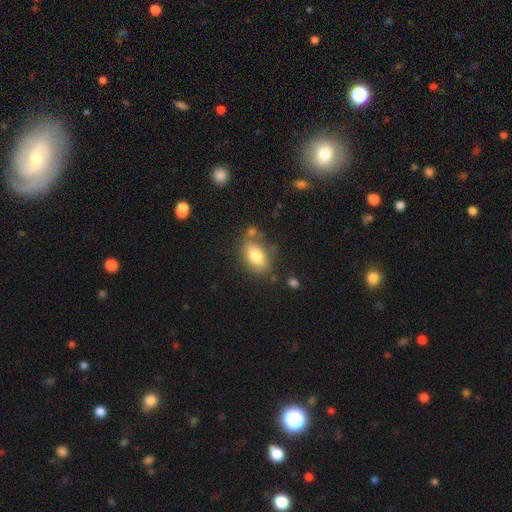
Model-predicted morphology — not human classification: Smooth or featured?
  - smooth: 80% *
  - featured or disk: 13%
  - star or artifact: 8%
How rounded?
  - in between: 87% *
  - round: 11%
  - cigar-shaped: 3%
Merging?
  - none: 69% *
  - minor disturbance: 17%
  - merger: 9%
  - major disturbance: 5%